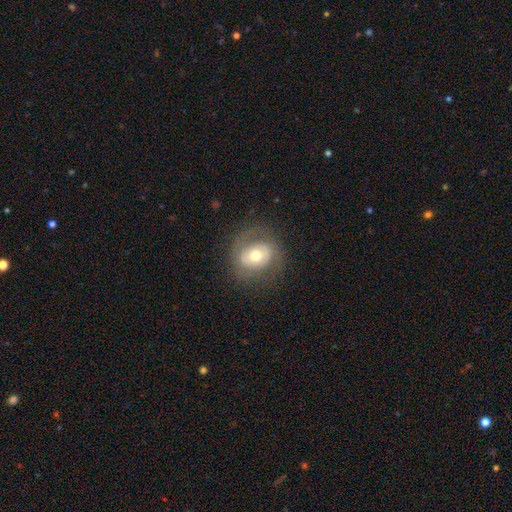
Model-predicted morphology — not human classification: A smooth galaxy with no disk features (47%).

Vote fractions:
- Smooth or featured? smooth: 47% / featured or disk: 45% / star or artifact: 9%
- Merging? none: 73% / minor disturbance: 16% / major disturbance: 10% / merger: 1%